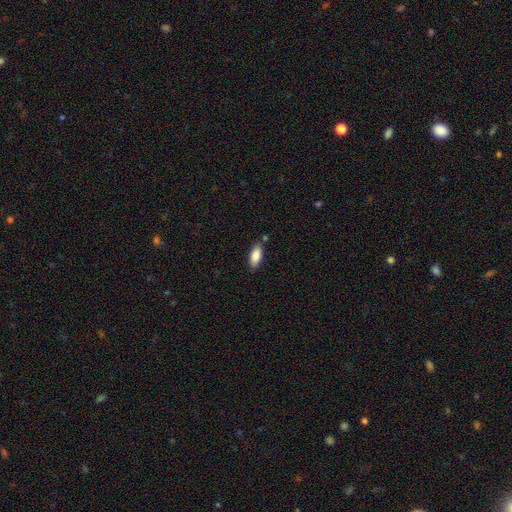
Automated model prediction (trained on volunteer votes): Smooth or featured? smooth (85%)
How rounded? in between (80%)
Merging? none (80%)